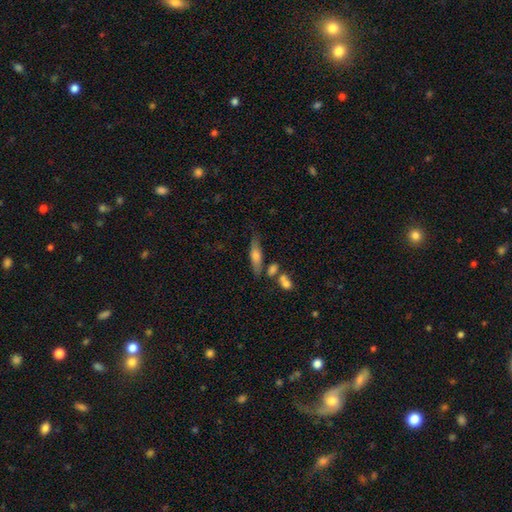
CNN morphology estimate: smooth_or_featured: smooth (p=0.51) [alt: featured or disk p=0.39]
how_rounded: cigar-shaped (p=0.61) [alt: in between p=0.35]
merging: none (p=0.69) [alt: minor disturbance p=0.15]